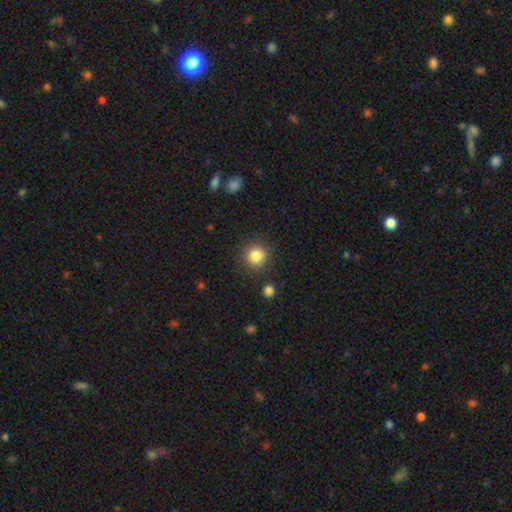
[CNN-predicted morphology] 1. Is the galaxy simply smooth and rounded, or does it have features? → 84% smooth, 11% star or artifact, 5% featured or disk.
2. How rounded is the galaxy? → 92% round, 7% in between, 1% cigar-shaped.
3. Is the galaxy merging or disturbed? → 87% none, 7% minor disturbance, 3% merger, 3% major disturbance.